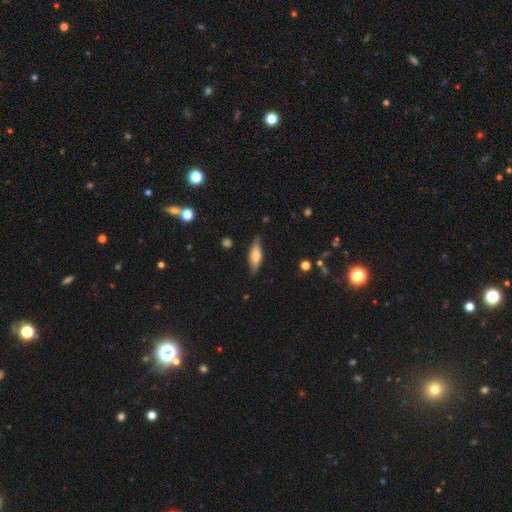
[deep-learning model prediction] Smooth or featured? Predicted: smooth (p=0.62). How rounded? Predicted: in between (p=0.54). Merging? Predicted: none (p=0.83).